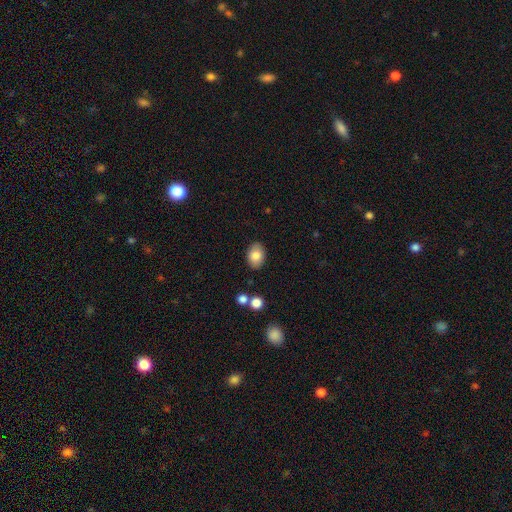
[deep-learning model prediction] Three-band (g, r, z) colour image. It shows a smooth galaxy with no disk features (82%) that is in between round and cigar-shaped (79%). Merging: none (86%).